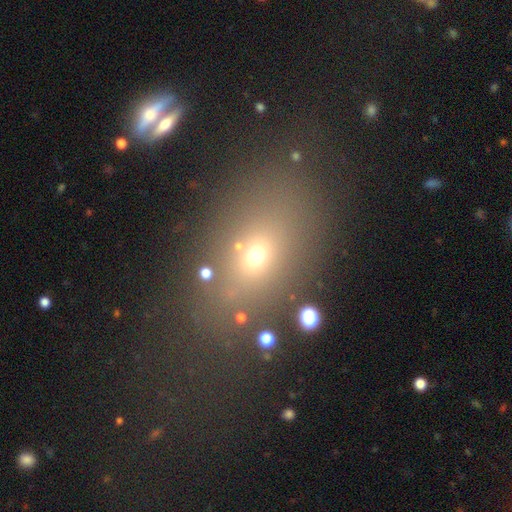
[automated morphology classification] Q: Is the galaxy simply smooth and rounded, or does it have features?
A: smooth — 61%.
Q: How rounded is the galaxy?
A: in between — 69%.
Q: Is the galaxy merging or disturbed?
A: none — 71%.